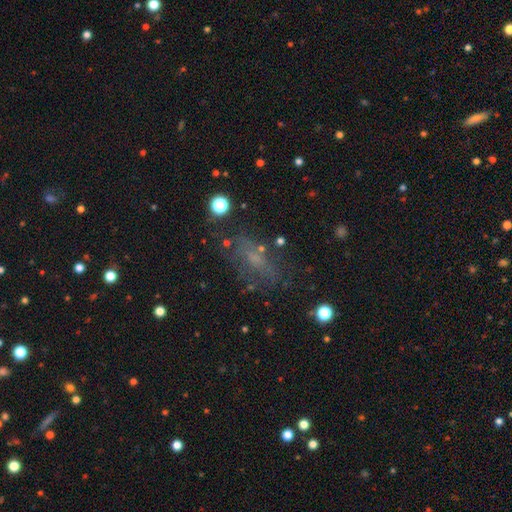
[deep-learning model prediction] Smooth or featured? Predicted: smooth (p=0.38). Merging? Predicted: none (p=0.61).